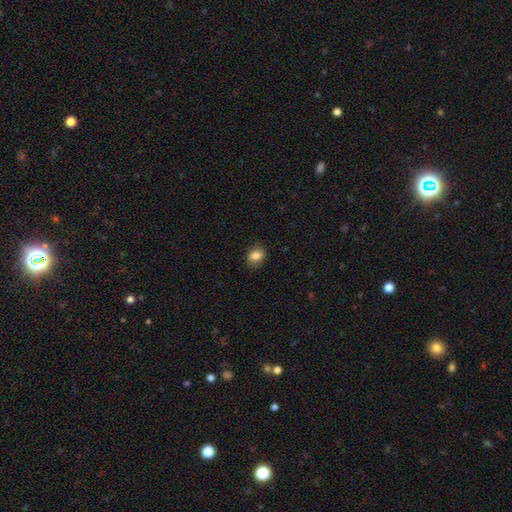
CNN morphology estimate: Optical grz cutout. It shows a smooth galaxy with no disk features (84%) that is in between round and cigar-shaped (61%). Merging: none (84%).